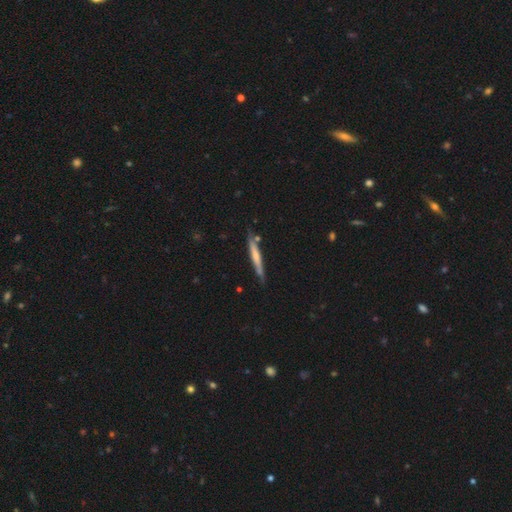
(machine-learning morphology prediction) A smooth galaxy with no disk features (50%). Merging: none (77%).